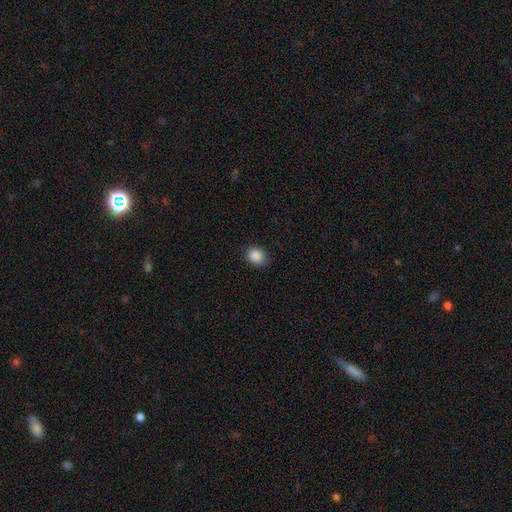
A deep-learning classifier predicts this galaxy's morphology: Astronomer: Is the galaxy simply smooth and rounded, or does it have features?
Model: smooth — 88%.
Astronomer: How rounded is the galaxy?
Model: round — 63%.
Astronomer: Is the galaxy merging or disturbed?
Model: none — 85%.